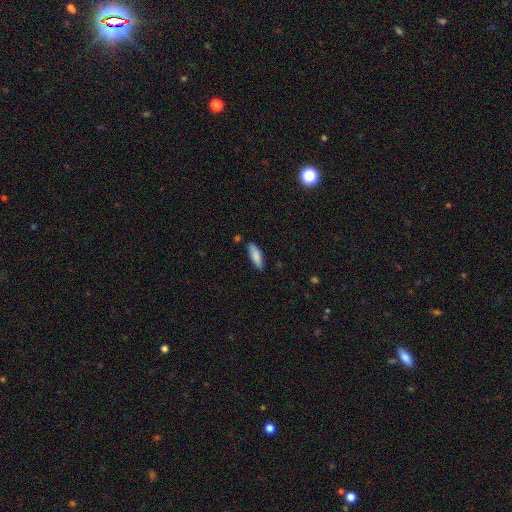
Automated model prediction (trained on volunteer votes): A smooth galaxy with no disk features (85%) that is in between round and cigar-shaped (53%). Merging: none (82%).